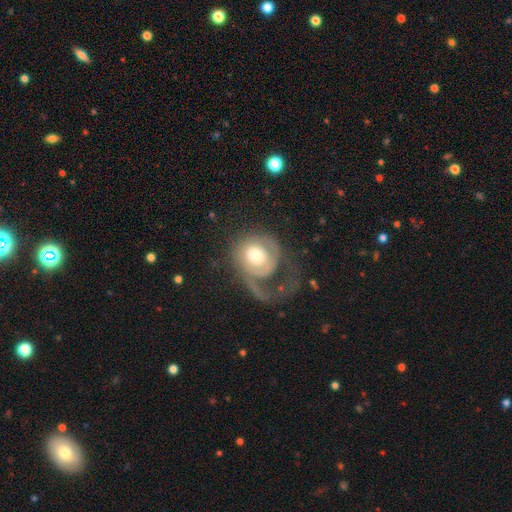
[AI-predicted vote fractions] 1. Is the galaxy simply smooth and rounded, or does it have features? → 64% featured or disk, 30% smooth, 7% star or artifact.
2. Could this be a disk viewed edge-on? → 97% no, 3% yes.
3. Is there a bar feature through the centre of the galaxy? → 76% no, 20% weak, 4% strong.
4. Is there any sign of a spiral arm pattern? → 75% yes, 25% no.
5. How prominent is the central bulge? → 49% moderate, 34% large, 9% small, 6% dominant, 2% none.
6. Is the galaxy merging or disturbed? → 52% major disturbance, 29% none, 16% minor disturbance, 3% merger.